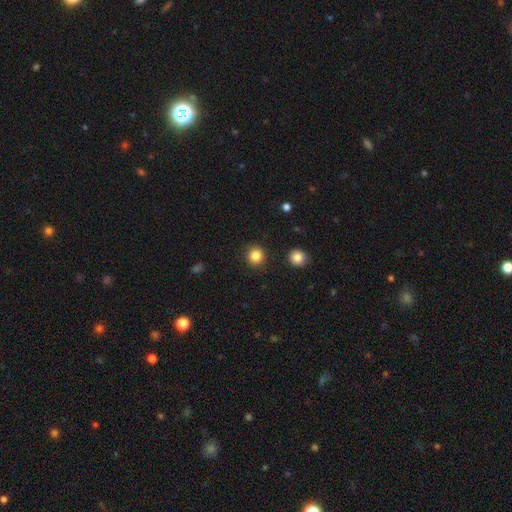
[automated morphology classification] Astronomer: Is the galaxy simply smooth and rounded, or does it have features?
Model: smooth — 85%.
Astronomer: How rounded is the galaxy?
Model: round — 92%.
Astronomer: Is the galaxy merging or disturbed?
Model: none — 90%.